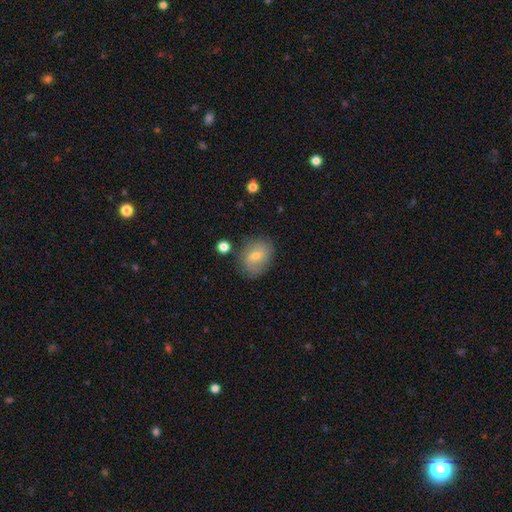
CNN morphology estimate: Smooth or featured: smooth — 63% (featured or disk — 28%)
How rounded: in between — 62% (round — 37%)
Merging: none — 73% (minor disturbance — 18%)